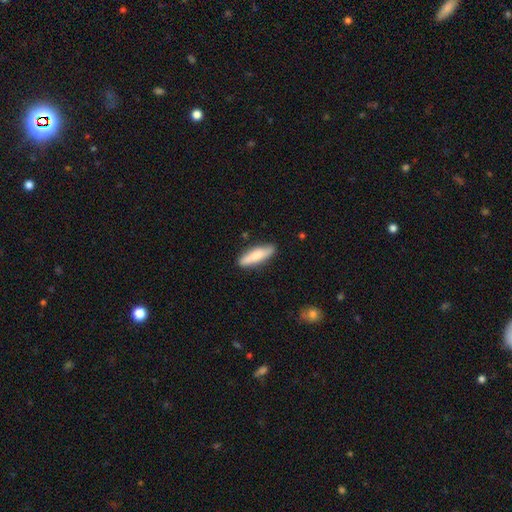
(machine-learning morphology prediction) Smooth or featured: smooth — 73% (featured or disk — 21%)
How rounded: cigar-shaped — 65% (in between — 33%)
Merging: none — 86% (minor disturbance — 11%)